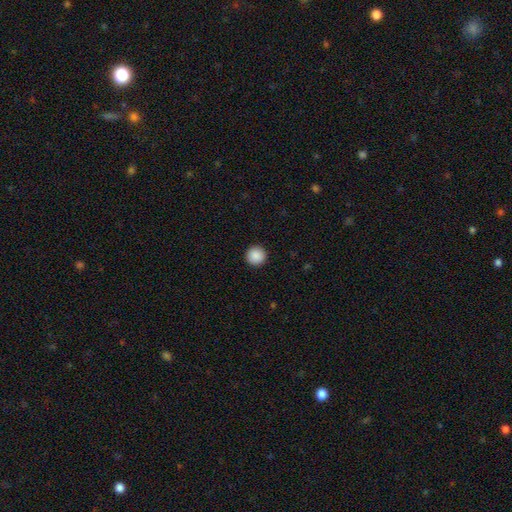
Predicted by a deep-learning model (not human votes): Smooth or featured? Predicted: smooth (p=0.89). How rounded? Predicted: round (p=0.96). Merging? Predicted: none (p=0.93).